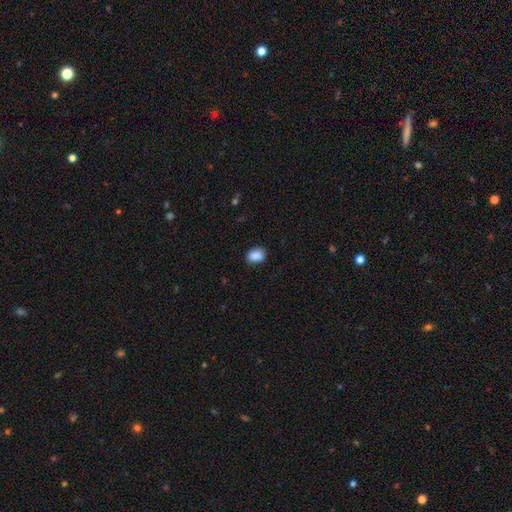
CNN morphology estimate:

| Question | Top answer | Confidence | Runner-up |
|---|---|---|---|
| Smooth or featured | smooth | 87% | star or artifact (8%) |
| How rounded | in between | 71% | round (28%) |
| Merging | none | 76% | minor disturbance (19%) |